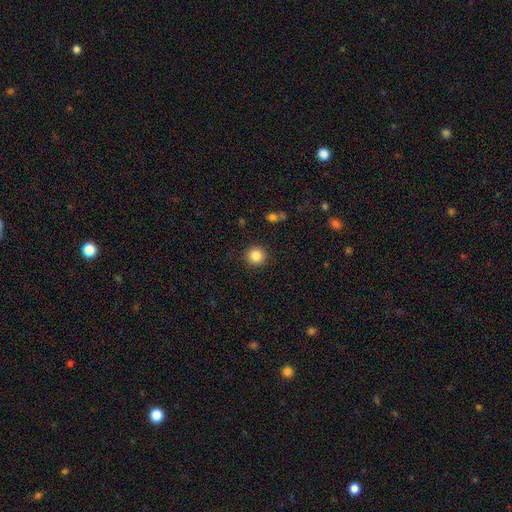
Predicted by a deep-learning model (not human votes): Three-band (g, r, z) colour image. It shows a smooth galaxy with no disk features (86%) that is round (93%). Merging: none (90%).